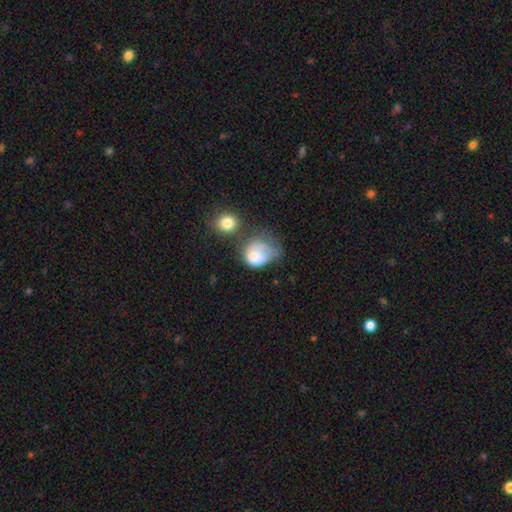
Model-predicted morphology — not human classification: Smooth or featured? smooth (70%)
How rounded? round (56%)
Merging? major disturbance (39%)